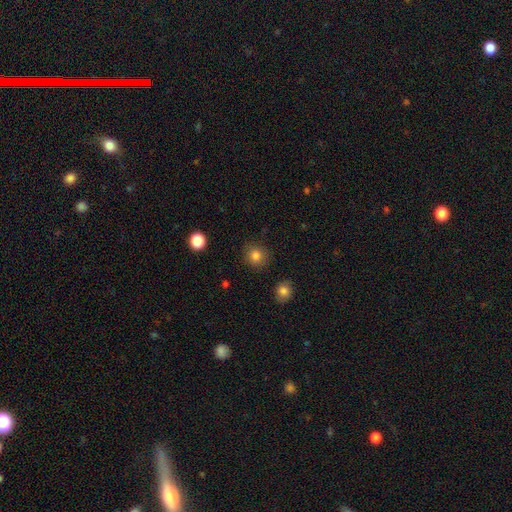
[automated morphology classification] smooth_or_featured: smooth (p=0.84) [alt: star or artifact p=0.11]
how_rounded: round (p=0.90) [alt: in between p=0.09]
merging: none (p=0.89) [alt: minor disturbance p=0.07]